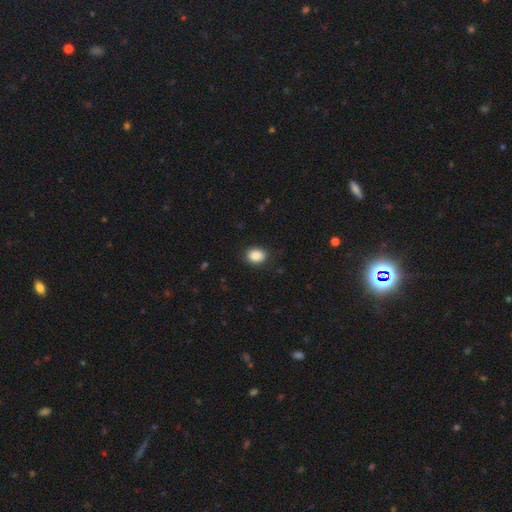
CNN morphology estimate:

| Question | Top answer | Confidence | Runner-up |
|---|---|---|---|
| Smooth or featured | smooth | 87% | star or artifact (9%) |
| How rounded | in between | 58% | round (41%) |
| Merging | none | 86% | minor disturbance (10%) |